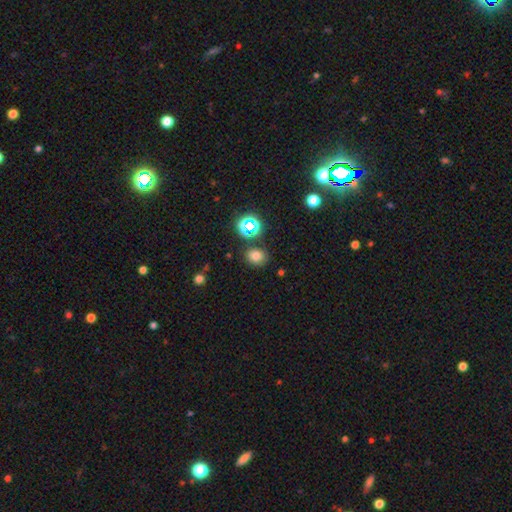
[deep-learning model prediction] smooth-or-featured: smooth: 71% | star or artifact: 22% | featured or disk: 7%
  how-rounded: round: 57% | in between: 42% | cigar-shaped: 1%
  merging: none: 81% | minor disturbance: 10% | merger: 5% | major disturbance: 3%